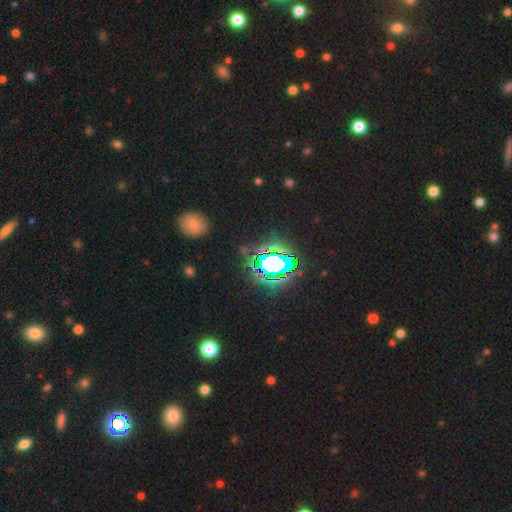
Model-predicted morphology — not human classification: This appears to be a star or artifact, not a galaxy (79%).